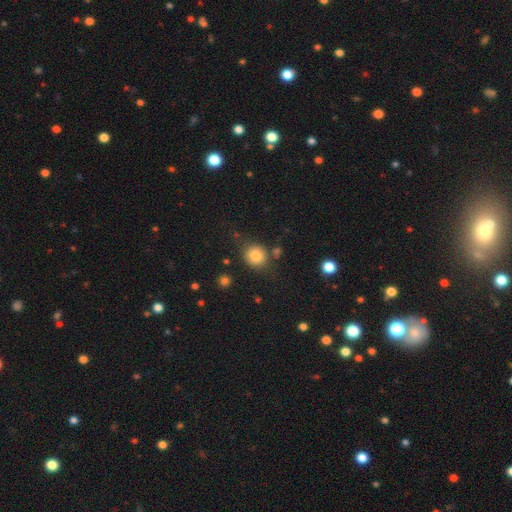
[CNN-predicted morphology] A smooth galaxy with no disk features (82%) that is round (88%). Merging: none (78%).